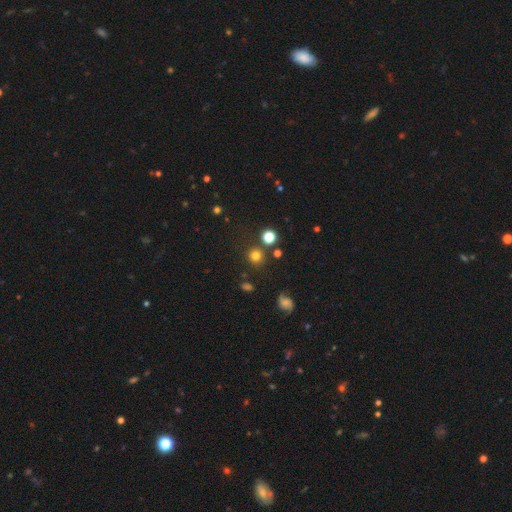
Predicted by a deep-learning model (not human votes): This appears to be a smooth galaxy with no disk features (75%) that is round (92%). Merging: none (83%).